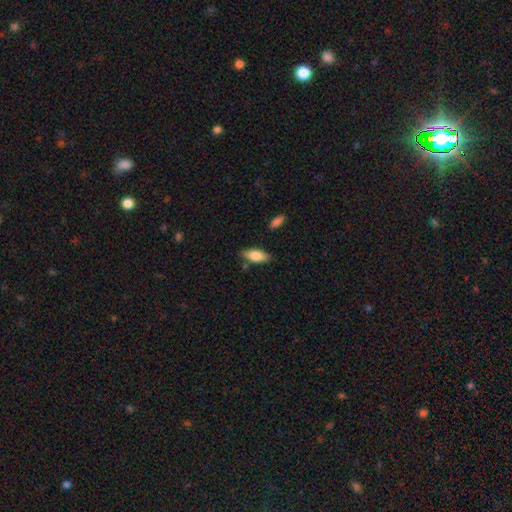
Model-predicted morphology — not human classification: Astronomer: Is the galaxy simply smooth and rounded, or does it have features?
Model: smooth — 78%.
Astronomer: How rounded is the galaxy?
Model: in between — 80%.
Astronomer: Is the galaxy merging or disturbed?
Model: none — 78%.